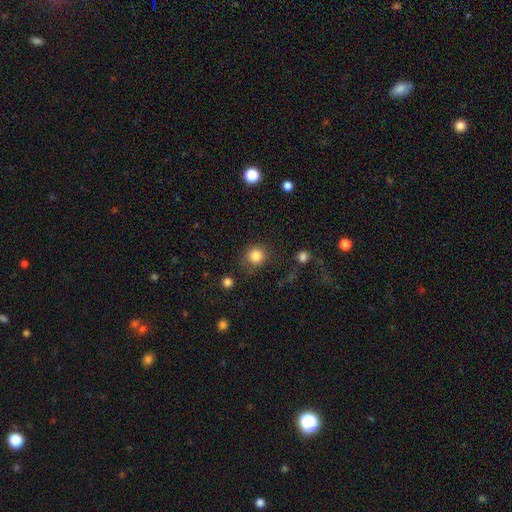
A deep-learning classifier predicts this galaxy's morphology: Smooth or featured? smooth (84%)
How rounded? round (91%)
Merging? none (78%)